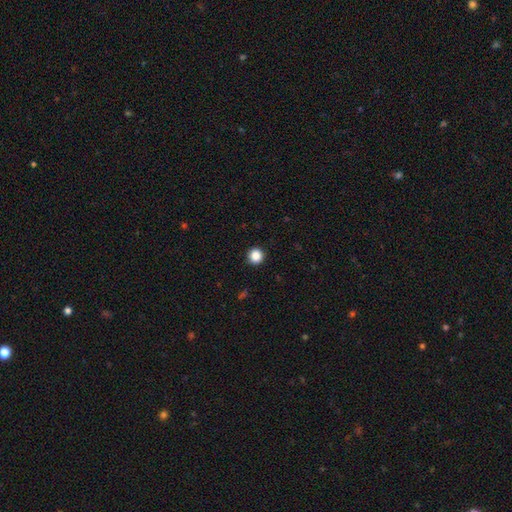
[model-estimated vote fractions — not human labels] smooth_or_featured: smooth (p=0.87) [alt: star or artifact p=0.10]
how_rounded: round (p=0.95) [alt: in between p=0.04]
merging: none (p=0.92) [alt: minor disturbance p=0.05]